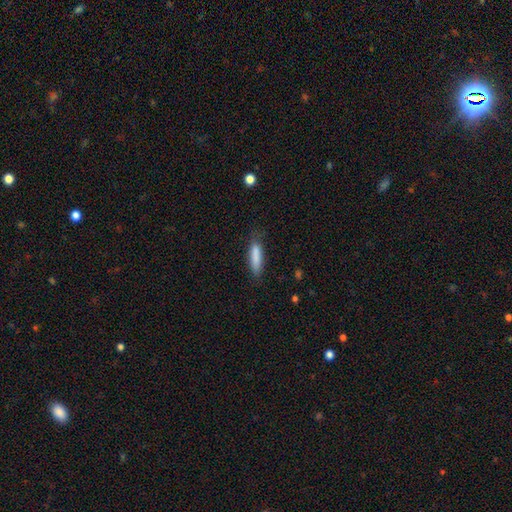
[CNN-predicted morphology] This is clearly a smooth galaxy (85%). How rounded: likely cigar-shaped (71%). Merging: likely none (77%).